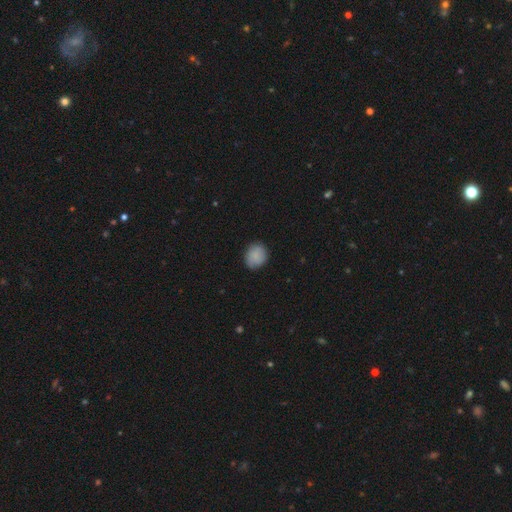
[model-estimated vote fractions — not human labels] smooth 84%, featured or disk 9%, star or artifact 8%. Down the decision tree: how rounded — round (73%); merging — none (84%).